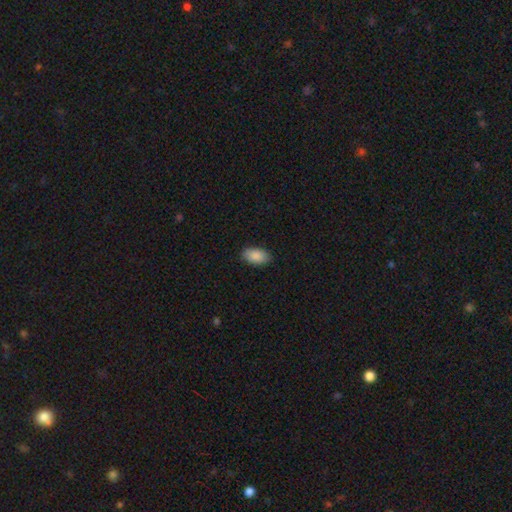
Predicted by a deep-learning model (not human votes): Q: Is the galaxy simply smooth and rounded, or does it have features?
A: smooth — 89%.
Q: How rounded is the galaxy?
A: in between — 94%.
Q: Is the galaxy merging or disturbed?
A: none — 88%.